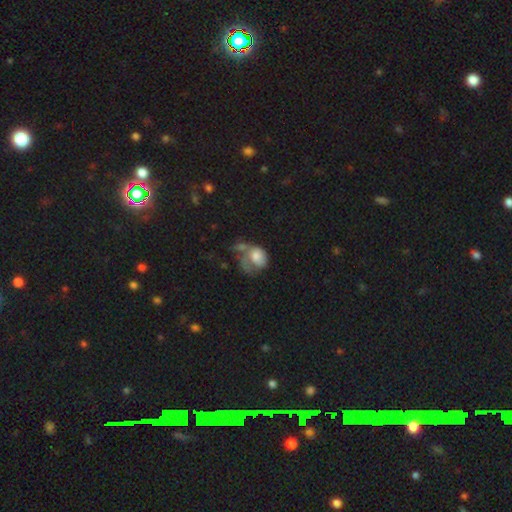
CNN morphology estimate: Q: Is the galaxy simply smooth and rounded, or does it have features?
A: smooth — 59%.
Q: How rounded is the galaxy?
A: round — 51%.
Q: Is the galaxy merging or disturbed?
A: major disturbance — 43%.